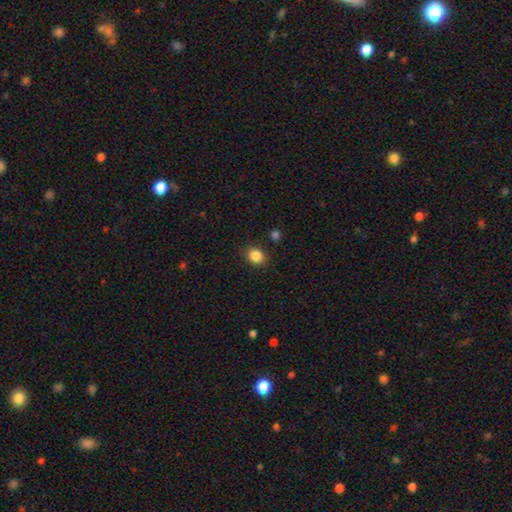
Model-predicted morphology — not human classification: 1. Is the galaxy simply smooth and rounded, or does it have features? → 86% smooth, 10% star or artifact, 4% featured or disk.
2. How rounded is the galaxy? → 62% round, 37% in between, 1% cigar-shaped.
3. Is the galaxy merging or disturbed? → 86% none, 9% minor disturbance, 3% major disturbance, 2% merger.